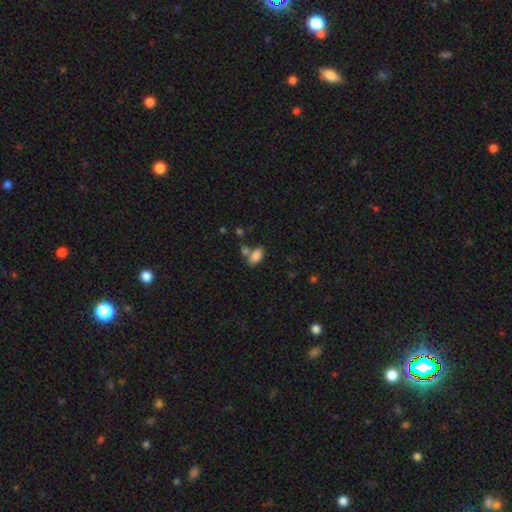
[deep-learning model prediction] The model was most divided on "merging": none: 52%, merger: 29%, minor disturbance: 15%, major disturbance: 5%. More confident: how rounded — in between (90%); smooth or featured — smooth (82%).